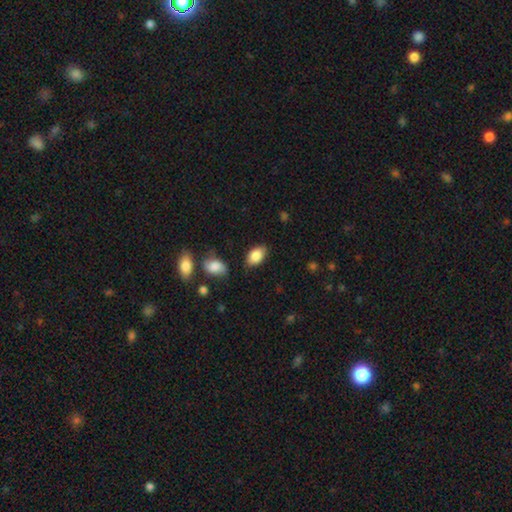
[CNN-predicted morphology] Smooth or featured? smooth (85%)
How rounded? in between (91%)
Merging? none (82%)